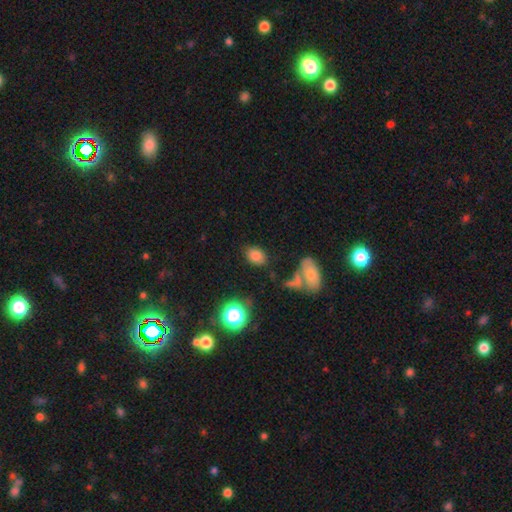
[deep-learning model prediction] This is likely a smooth galaxy (80%). How rounded: likely in between (74%). Merging: likely none (77%).